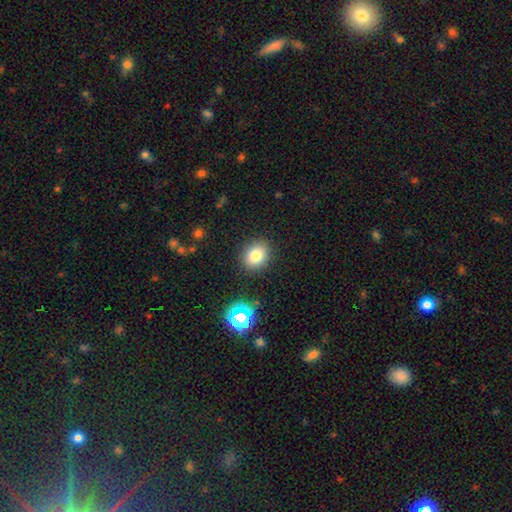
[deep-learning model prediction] This appears to be a smooth galaxy with no disk features (79%) that is round (55%). Merging: none (87%).